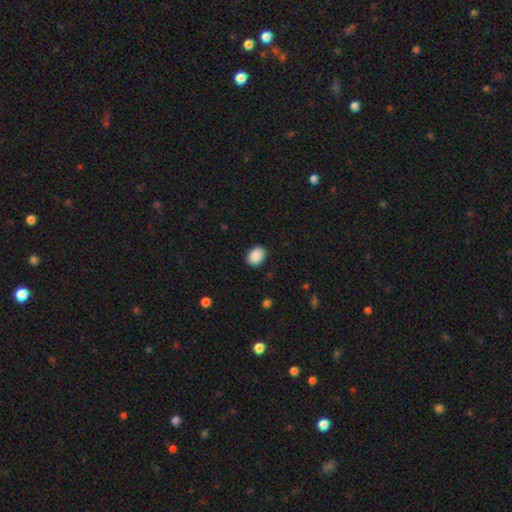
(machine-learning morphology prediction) This is clearly a smooth galaxy (90%). How rounded: likely in between (67%). Merging: clearly none (89%).